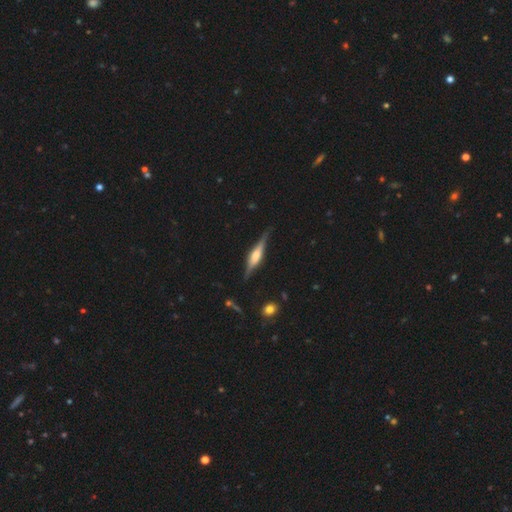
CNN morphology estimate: featured or disk 74%, smooth 21%, star or artifact 6%. Down the decision tree: edge-on disk — yes (97%); edge-on bulge — rounded (64%); merging — none (85%).